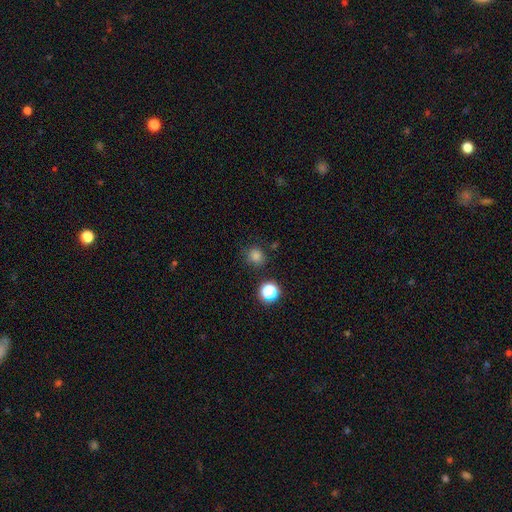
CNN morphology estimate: This appears to be a smooth galaxy with no disk features (79%) that is round (86%). Merging: none (82%).